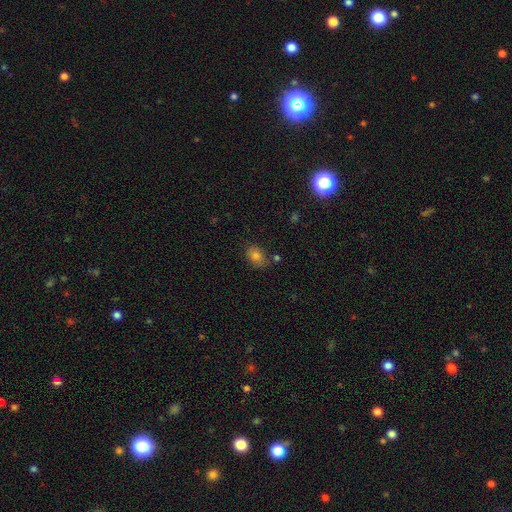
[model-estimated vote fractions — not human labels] This appears to be a smooth galaxy with no disk features (80%) that is in between round and cigar-shaped (76%). Merging: none (72%).